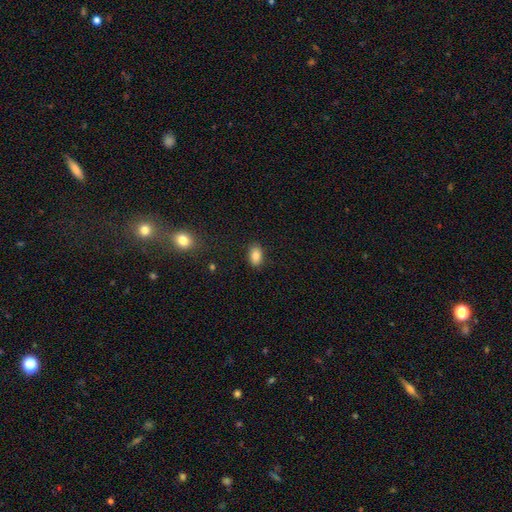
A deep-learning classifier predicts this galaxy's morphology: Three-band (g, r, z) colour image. It shows a smooth galaxy with no disk features (84%) that is in between round and cigar-shaped (87%). Merging: none (86%).